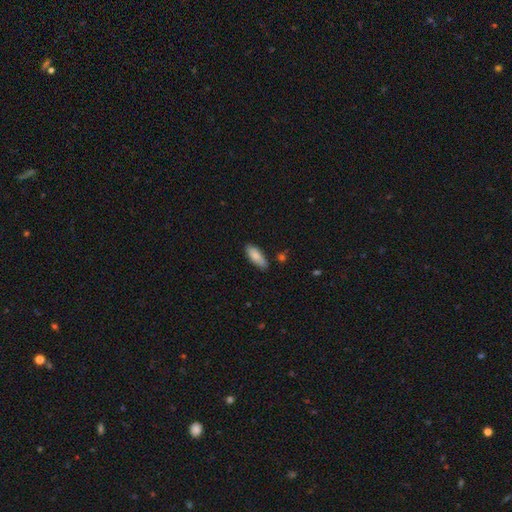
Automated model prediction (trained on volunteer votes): Q: Smooth or featured?
A: smooth (85%); runner-up: featured or disk (9%)
Q: How rounded?
A: in between (71%); runner-up: cigar-shaped (27%)
Q: Merging?
A: none (80%); runner-up: minor disturbance (15%)